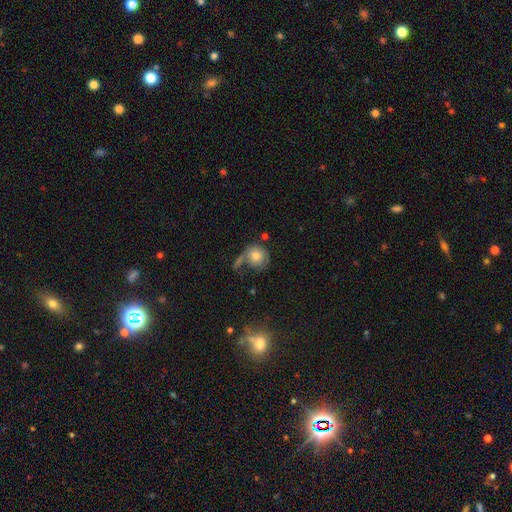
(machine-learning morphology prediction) This appears to be a smooth galaxy with no disk features (74%) that is round (86%). Merging: none (45%).